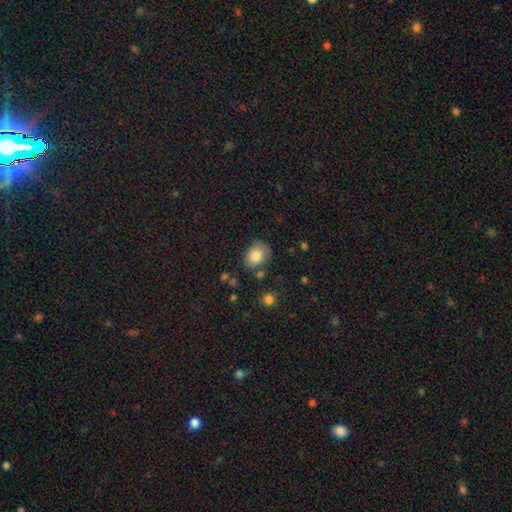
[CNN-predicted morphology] type=smooth (83%); roundness=round (54%); merging=none (68%).